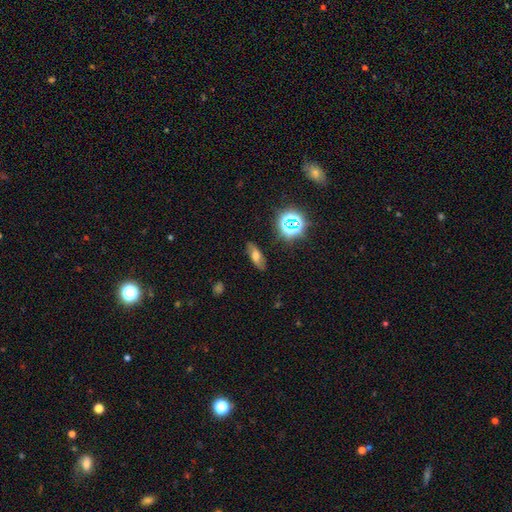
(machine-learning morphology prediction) smooth 47%, featured or disk 36%, star or artifact 17%. Down the decision tree: merging — none (81%).